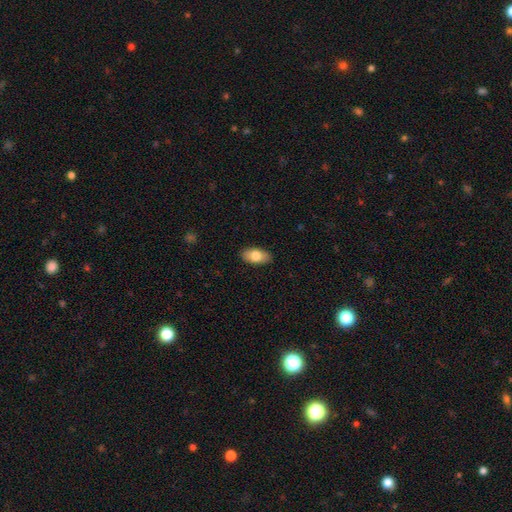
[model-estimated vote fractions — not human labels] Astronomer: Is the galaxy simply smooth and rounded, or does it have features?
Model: smooth — 80%.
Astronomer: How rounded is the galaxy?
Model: in between — 93%.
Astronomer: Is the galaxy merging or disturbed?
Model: none — 89%.